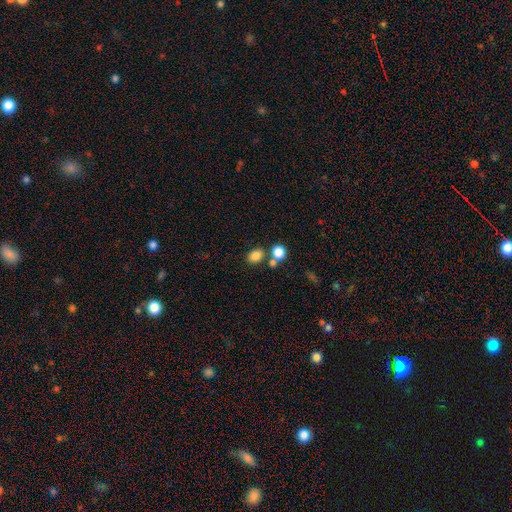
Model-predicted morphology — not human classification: Overall: smooth (83%). How rounded: in between (59%; round 40%). Merging: none (64%).